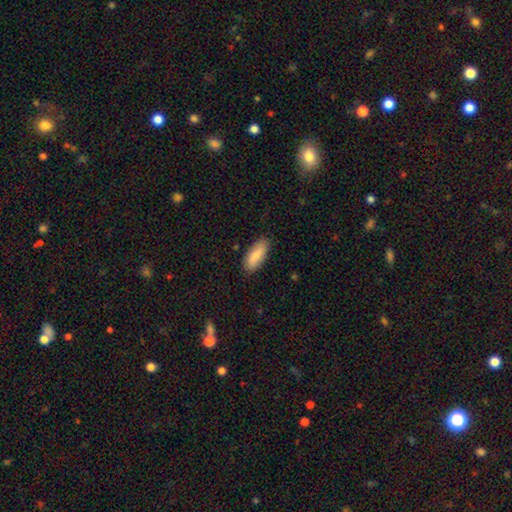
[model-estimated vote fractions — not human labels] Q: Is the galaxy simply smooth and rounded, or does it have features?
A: smooth — 85%.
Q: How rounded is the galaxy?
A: in between — 79%.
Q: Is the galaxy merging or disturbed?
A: none — 85%.